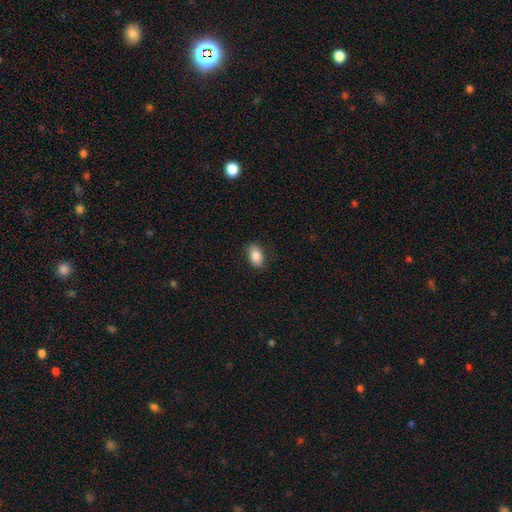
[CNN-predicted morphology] smooth 85%, star or artifact 8%, featured or disk 7%. Down the decision tree: how rounded — in between (89%); merging — none (86%).